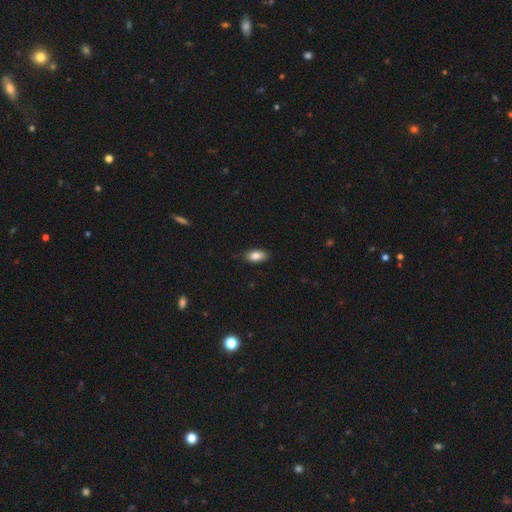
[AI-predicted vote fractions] smooth_or_featured: smooth (p=0.85) [alt: featured or disk p=0.08]
how_rounded: in between (p=0.91) [alt: cigar-shaped p=0.05]
merging: none (p=0.85) [alt: minor disturbance p=0.12]